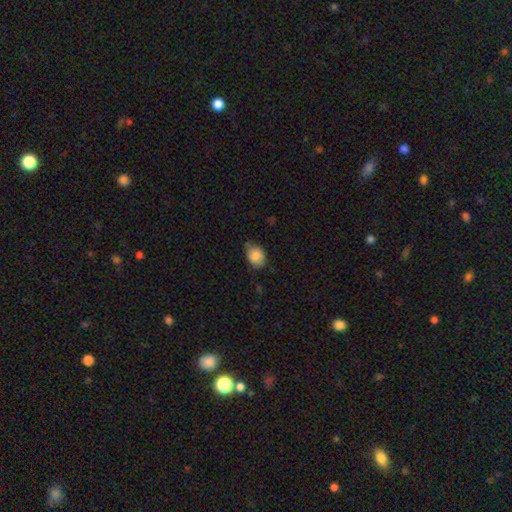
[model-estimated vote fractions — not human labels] A smooth galaxy with no disk features (86%) that is round (51%). Merging: none (60%).